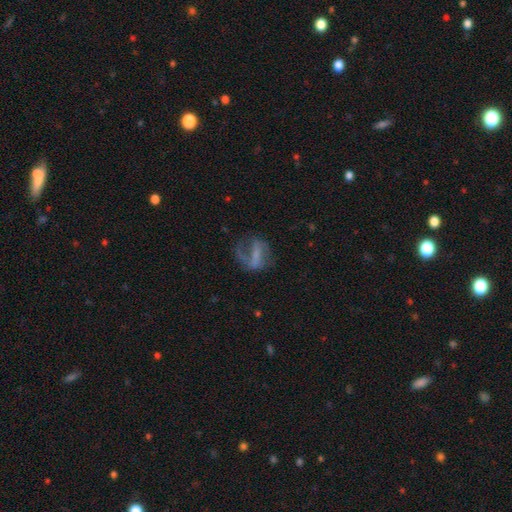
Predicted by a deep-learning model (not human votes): featured or disk 64%, smooth 27%, star or artifact 10%. Down the decision tree: edge-on disk — no (95%); bar — strong (46%); spiral arms — yes (70%); bulge size — none (50%); merging — none (43%).